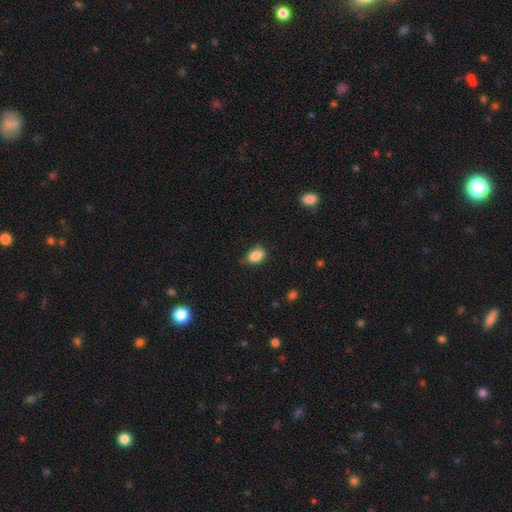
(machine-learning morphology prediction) The model was most divided on "merging": none: 64%, minor disturbance: 28%, major disturbance: 6%, merger: 2%. More confident: smooth or featured — smooth (86%); how rounded — in between (77%).